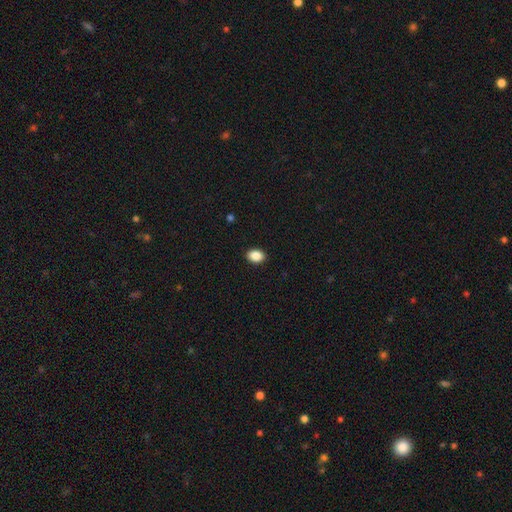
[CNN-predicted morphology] This appears to be a smooth galaxy with no disk features (88%) that is in between round and cigar-shaped (76%). Merging: none (91%).